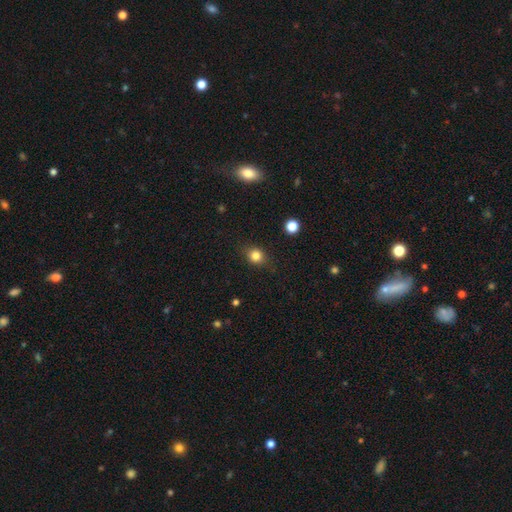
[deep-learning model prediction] Morphology: type=smooth (82%); roundness=round (67%); merging=none (82%).